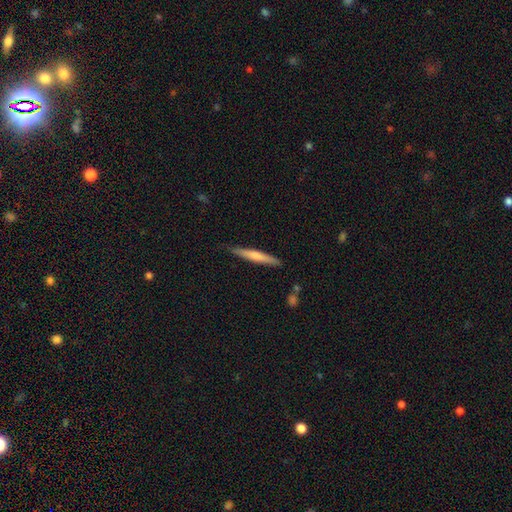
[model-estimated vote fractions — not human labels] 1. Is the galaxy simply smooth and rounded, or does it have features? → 58% smooth, 37% featured or disk, 5% star or artifact.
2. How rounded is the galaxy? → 94% cigar-shaped, 5% in between, 1% round.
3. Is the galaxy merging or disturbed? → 85% none, 12% minor disturbance, 2% major disturbance, 1% merger.